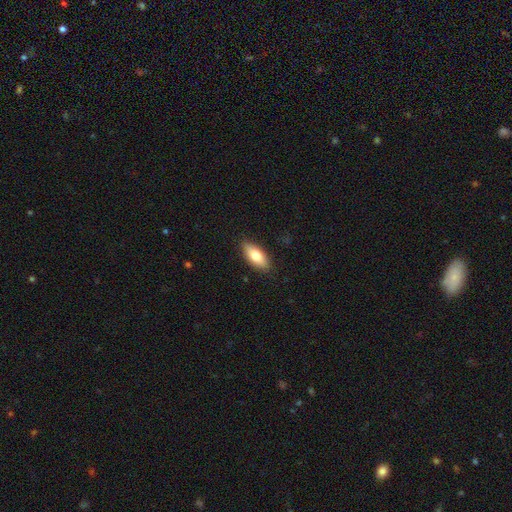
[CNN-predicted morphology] smooth_or_featured: smooth (p=0.79) [alt: featured or disk p=0.15]
how_rounded: in between (p=0.82) [alt: cigar-shaped p=0.16]
merging: none (p=0.87) [alt: minor disturbance p=0.10]